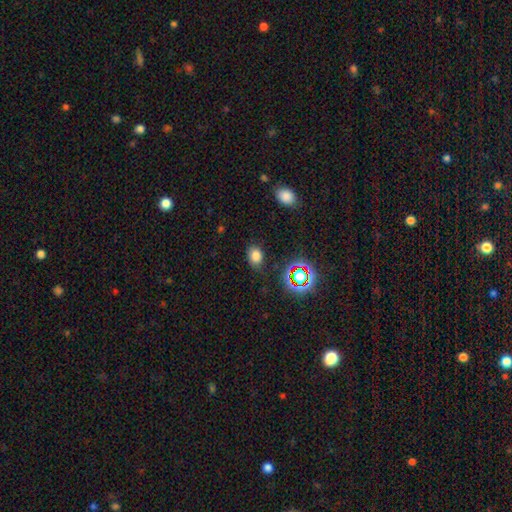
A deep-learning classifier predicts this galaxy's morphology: Smooth or featured?
  - smooth: 75% *
  - star or artifact: 19%
  - featured or disk: 7%
How rounded?
  - in between: 67% *
  - round: 32%
  - cigar-shaped: 1%
Merging?
  - none: 79% *
  - minor disturbance: 14%
  - major disturbance: 4%
  - merger: 2%